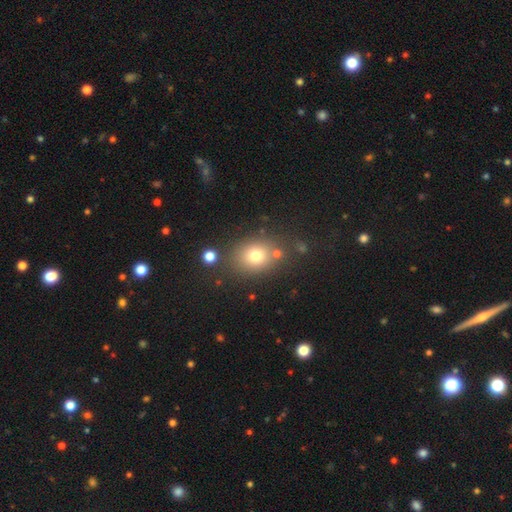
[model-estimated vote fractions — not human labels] A smooth galaxy with no disk features (74%) that is round (59%). Merging: none (74%).